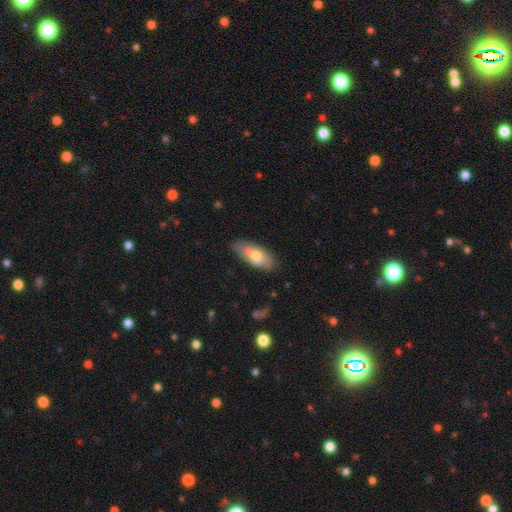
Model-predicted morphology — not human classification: Overall: smooth (66%; featured or disk 28%). How rounded: in between (84%). Merging: none (65%).